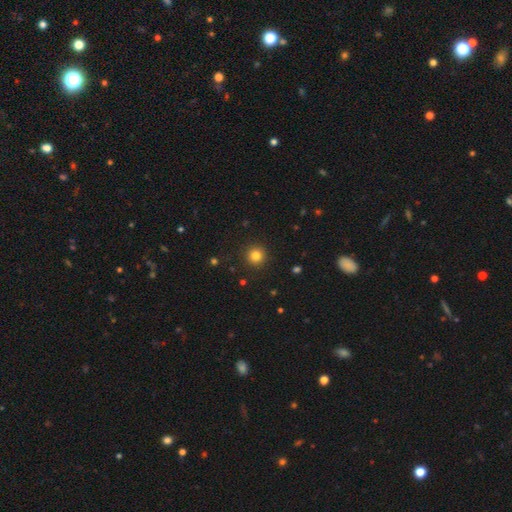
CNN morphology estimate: Smooth or featured? smooth (83%)
How rounded? round (95%)
Merging? none (92%)